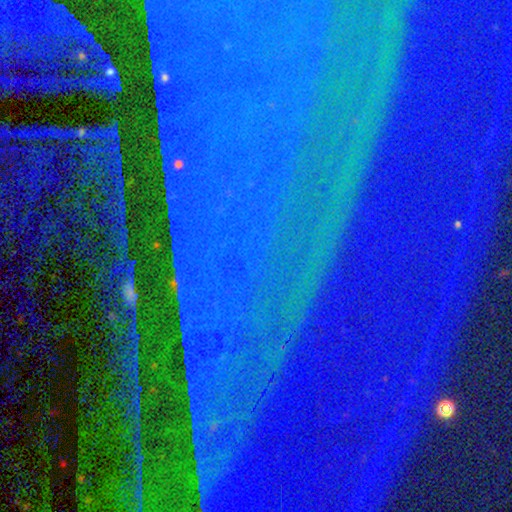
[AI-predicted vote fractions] This is clearly a star or artifact rather than a galaxy (88%).